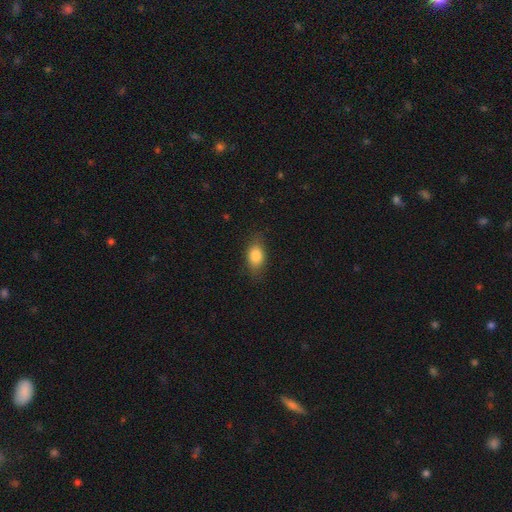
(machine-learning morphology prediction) A smooth galaxy with no disk features (82%) that is in between round and cigar-shaped (81%). Merging: none (81%).